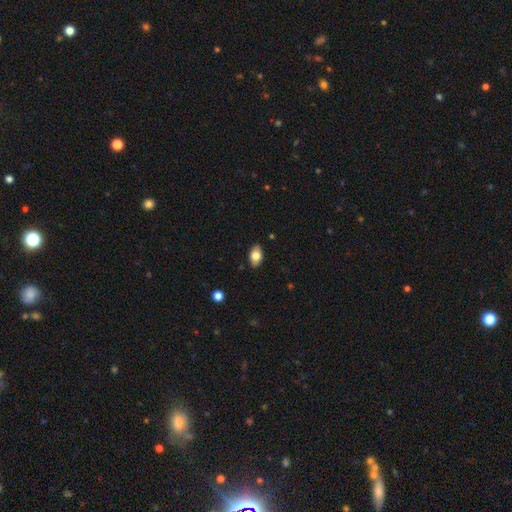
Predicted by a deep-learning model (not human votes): Smooth or featured: smooth — 77% (featured or disk — 16%)
How rounded: in between — 91% (round — 7%)
Merging: none — 87% (minor disturbance — 10%)